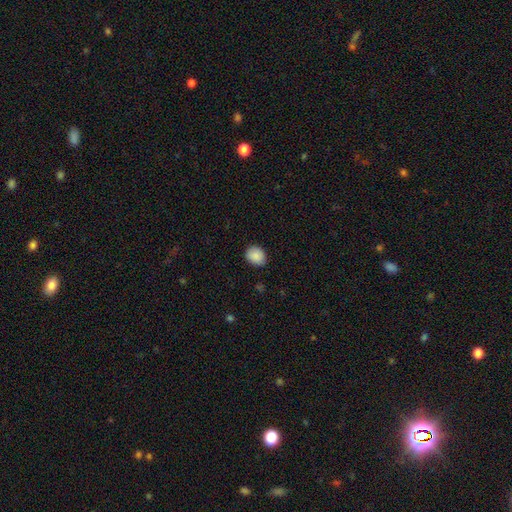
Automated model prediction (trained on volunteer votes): smooth_or_featured: smooth (p=0.88) [alt: star or artifact p=0.08]
how_rounded: round (p=0.55) [alt: in between p=0.44]
merging: none (p=0.86) [alt: minor disturbance p=0.11]